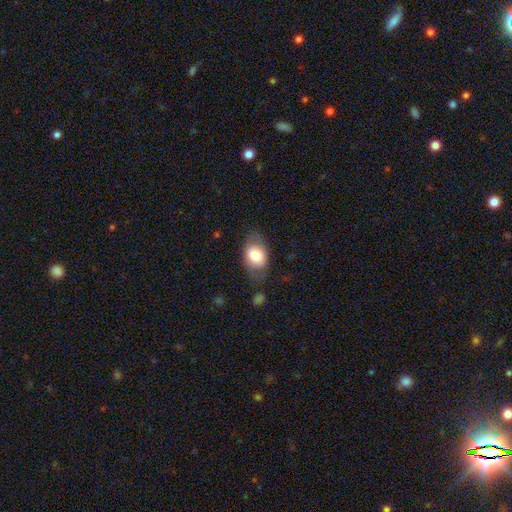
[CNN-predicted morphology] smooth_or_featured: smooth (p=0.72) [alt: featured or disk p=0.21]
how_rounded: in between (p=0.77) [alt: round p=0.22]
merging: none (p=0.67) [alt: minor disturbance p=0.21]